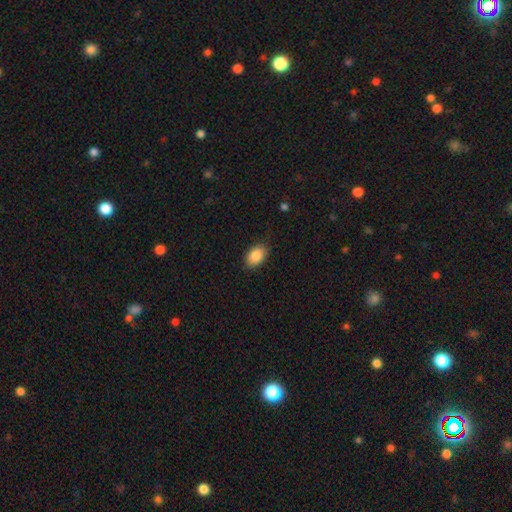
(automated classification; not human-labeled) Overall: smooth (89%). How rounded: in between (88%). Merging: none (85%).